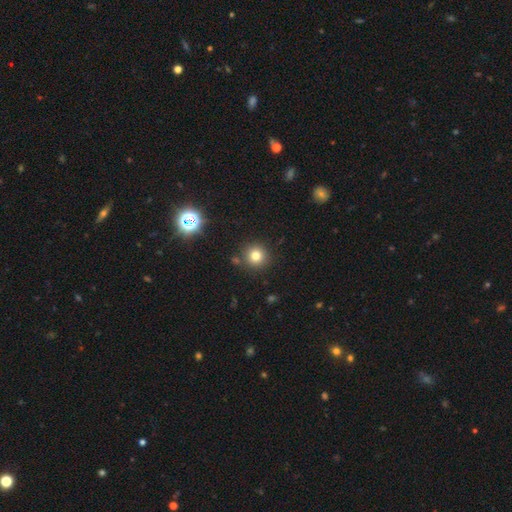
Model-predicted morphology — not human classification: Q: Smooth or featured?
A: smooth (78%); runner-up: star or artifact (15%)
Q: How rounded?
A: round (94%); runner-up: in between (5%)
Q: Merging?
A: none (86%); runner-up: minor disturbance (7%)